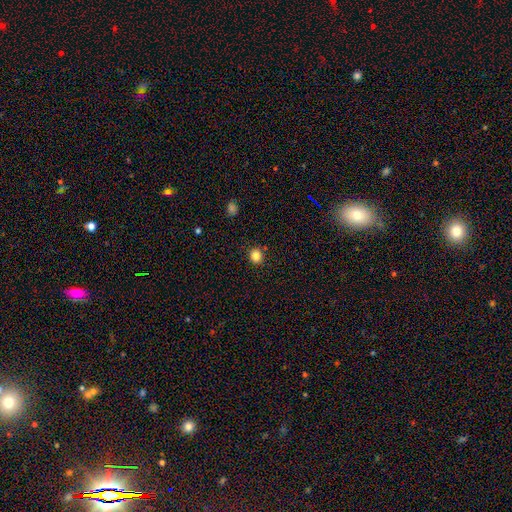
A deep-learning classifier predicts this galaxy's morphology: This appears to be a smooth galaxy with no disk features (83%) that is round (84%). Merging: none (89%).